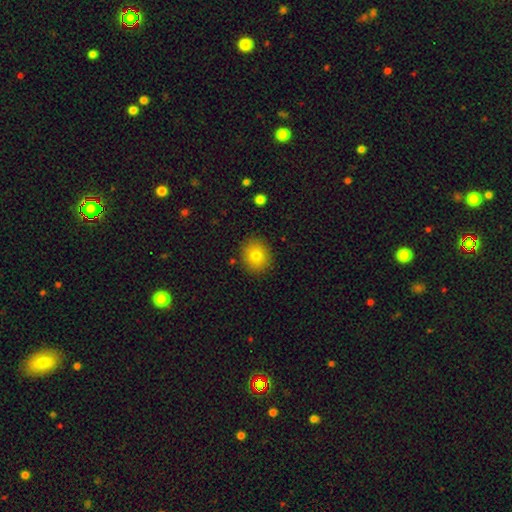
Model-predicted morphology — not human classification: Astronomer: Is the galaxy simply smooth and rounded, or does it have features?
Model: smooth — 78%.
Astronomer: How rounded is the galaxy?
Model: round — 78%.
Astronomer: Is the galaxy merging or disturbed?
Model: none — 89%.